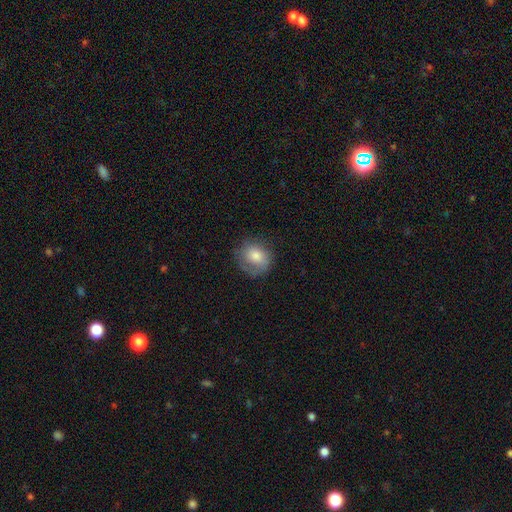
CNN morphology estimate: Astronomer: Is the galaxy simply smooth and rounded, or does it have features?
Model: smooth — 70%.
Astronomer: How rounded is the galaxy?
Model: round — 74%.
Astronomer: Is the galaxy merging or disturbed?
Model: none — 67%.